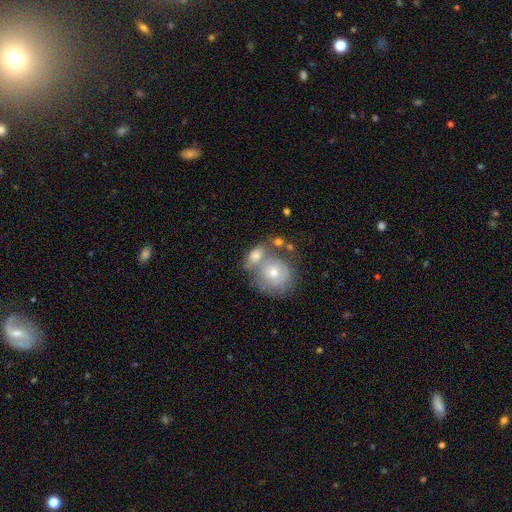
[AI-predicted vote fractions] This appears to be a smooth galaxy with no disk features (67%) that is in between round and cigar-shaped (61%). Merging: merger (52%).